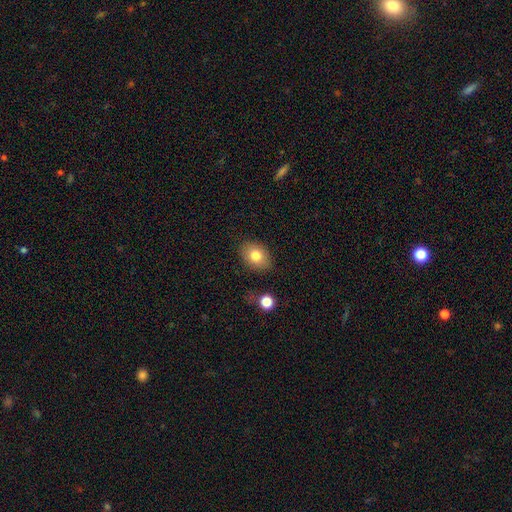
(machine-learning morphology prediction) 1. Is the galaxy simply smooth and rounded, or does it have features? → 80% smooth, 11% featured or disk, 9% star or artifact.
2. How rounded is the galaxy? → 70% in between, 29% round, 1% cigar-shaped.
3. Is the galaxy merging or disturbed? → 82% none, 12% minor disturbance, 3% major disturbance, 2% merger.